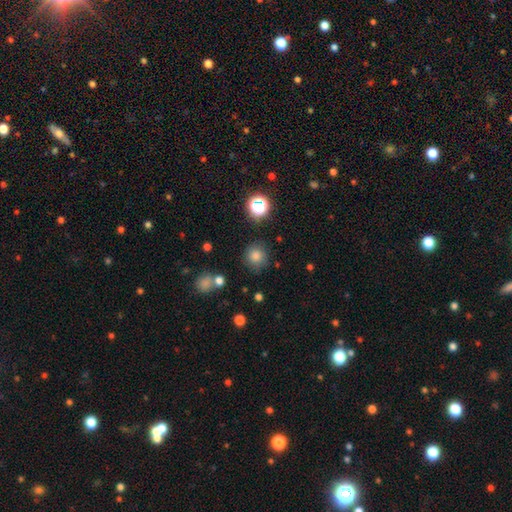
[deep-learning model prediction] This appears to be a smooth galaxy with no disk features (79%) that is round (92%). Merging: none (82%).